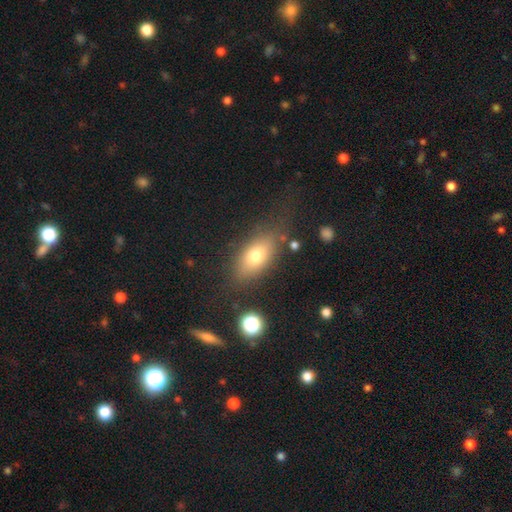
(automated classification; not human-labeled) smooth_or_featured: smooth (p=0.74) [alt: featured or disk p=0.17]
how_rounded: in between (p=0.83) [alt: round p=0.09]
merging: none (p=0.75) [alt: minor disturbance p=0.15]